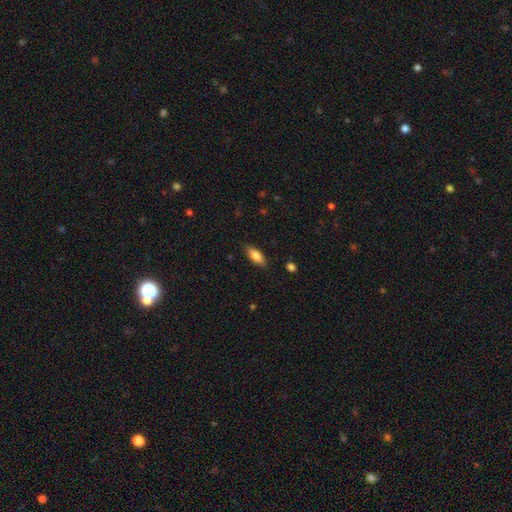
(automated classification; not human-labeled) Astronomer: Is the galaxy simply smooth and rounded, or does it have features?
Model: smooth — 82%.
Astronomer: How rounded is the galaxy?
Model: in between — 75%.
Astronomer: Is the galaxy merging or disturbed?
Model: none — 86%.